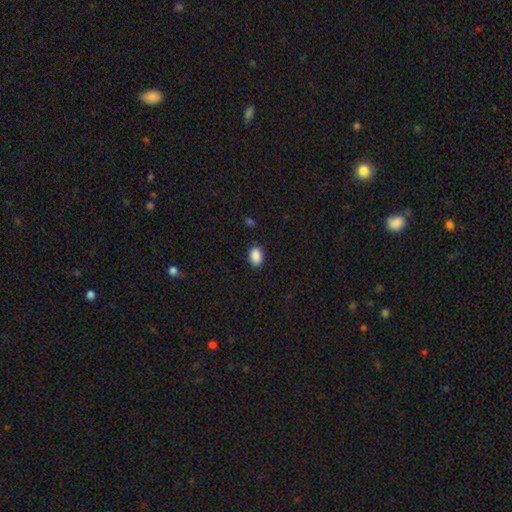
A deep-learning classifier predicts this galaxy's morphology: A smooth galaxy with no disk features (90%) that is in between round and cigar-shaped (87%). Merging: none (87%).